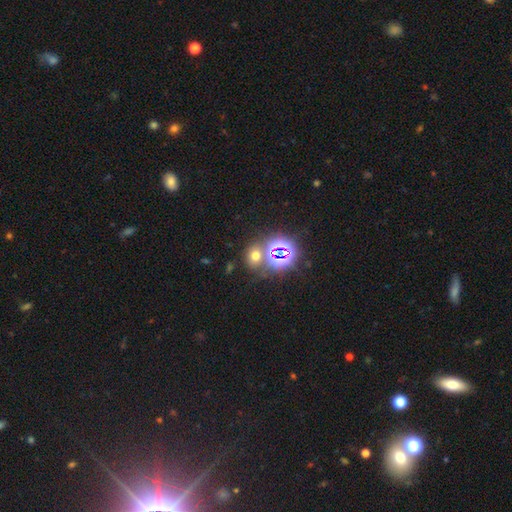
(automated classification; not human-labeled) smooth 52%, star or artifact 40%, featured or disk 8%. Down the decision tree: how rounded — round (64%); merging — none (68%).